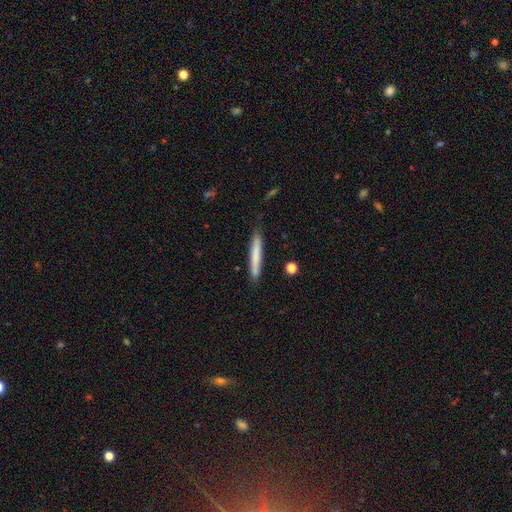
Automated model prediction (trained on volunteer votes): Q: Smooth or featured?
A: smooth (72%); runner-up: featured or disk (22%)
Q: How rounded?
A: cigar-shaped (96%); runner-up: in between (3%)
Q: Merging?
A: none (83%); runner-up: minor disturbance (13%)